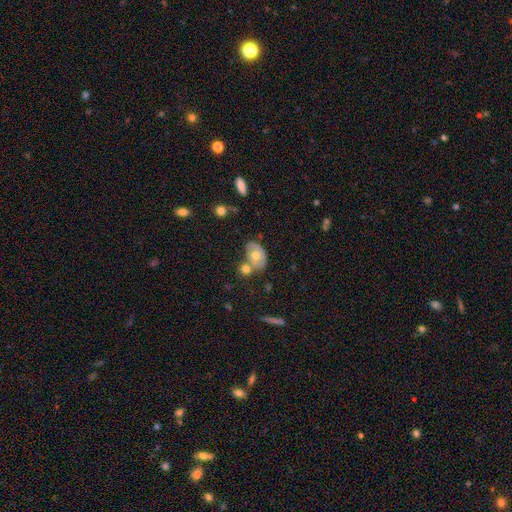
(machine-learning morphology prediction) Smooth or featured? smooth (49%)
Merging? none (41%)